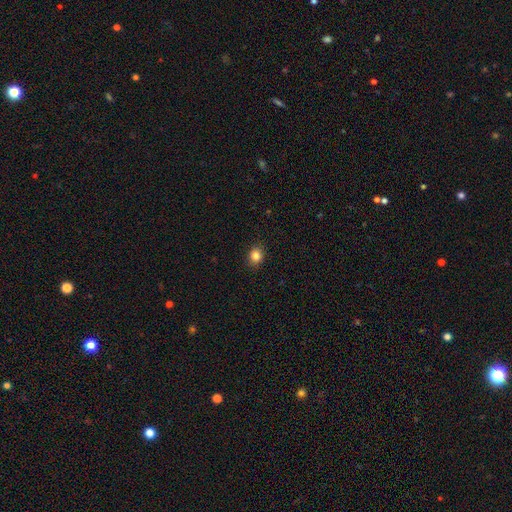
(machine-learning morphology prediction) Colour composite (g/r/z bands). It shows a smooth galaxy with no disk features (84%) that is round (63%). Merging: none (90%).